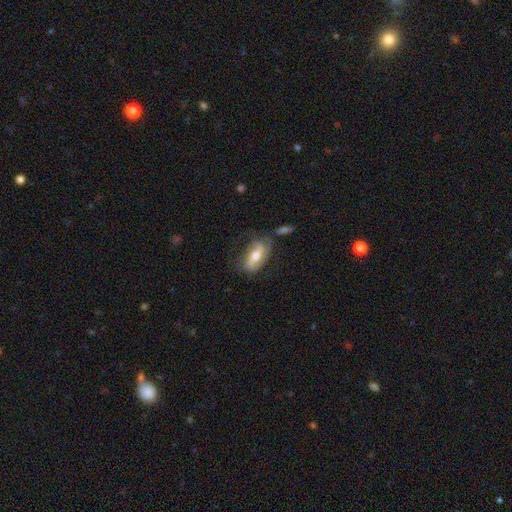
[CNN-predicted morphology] A featured or disk galaxy (52%). Merging: none (57%).